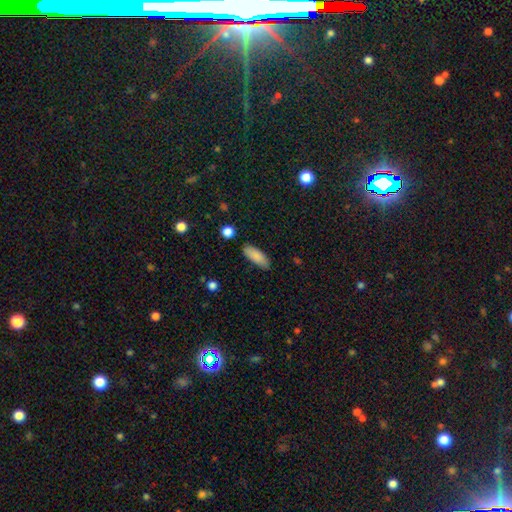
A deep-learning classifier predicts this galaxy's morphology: Q: Smooth or featured?
A: smooth (87%); runner-up: star or artifact (7%)
Q: How rounded?
A: in between (72%); runner-up: cigar-shaped (26%)
Q: Merging?
A: none (84%); runner-up: minor disturbance (12%)